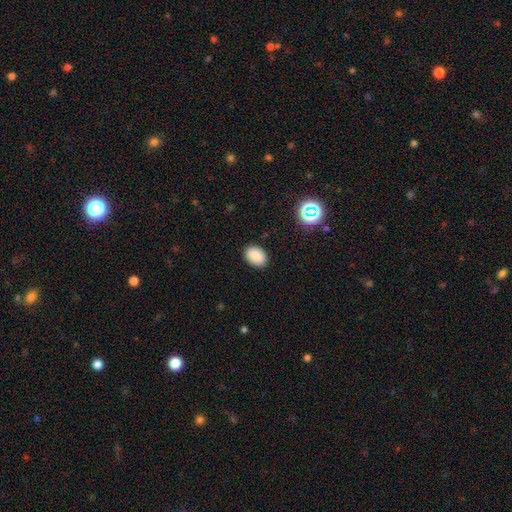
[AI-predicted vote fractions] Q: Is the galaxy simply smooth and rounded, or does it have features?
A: smooth — 85%.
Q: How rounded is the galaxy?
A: in between — 78%.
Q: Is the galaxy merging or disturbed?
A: none — 88%.